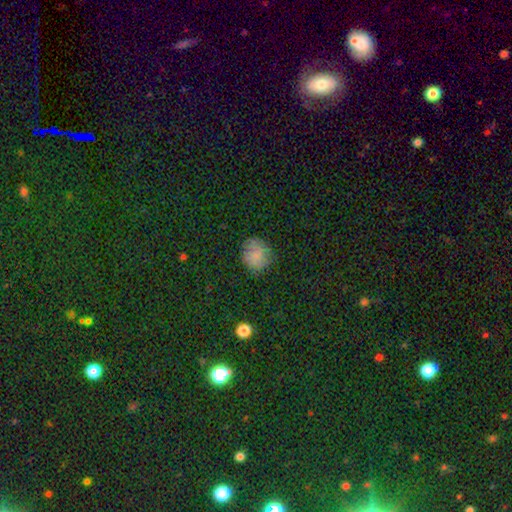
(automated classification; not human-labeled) smooth 75%, star or artifact 13%, featured or disk 12%. Down the decision tree: how rounded — round (82%); merging — none (75%).